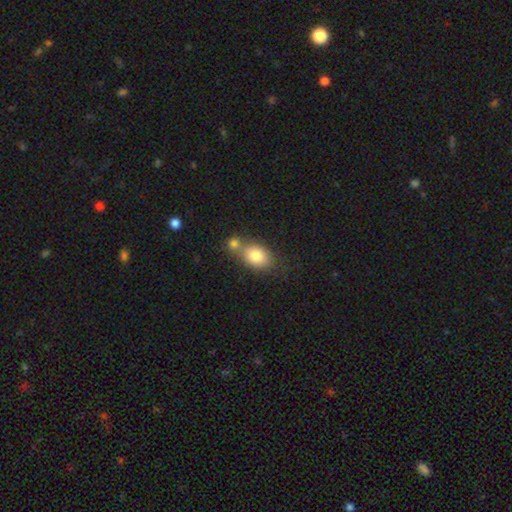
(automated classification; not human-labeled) Smooth or featured? Predicted: smooth (p=0.80). How rounded? Predicted: in between (p=0.72). Merging? Predicted: merger (p=0.46).